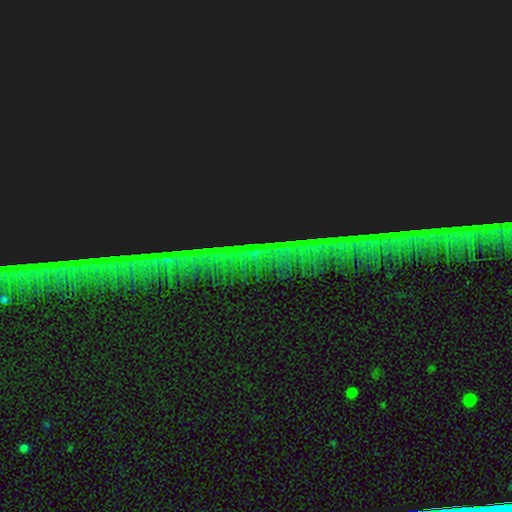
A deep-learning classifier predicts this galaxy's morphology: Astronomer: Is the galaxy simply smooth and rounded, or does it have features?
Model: star or artifact — 86%.